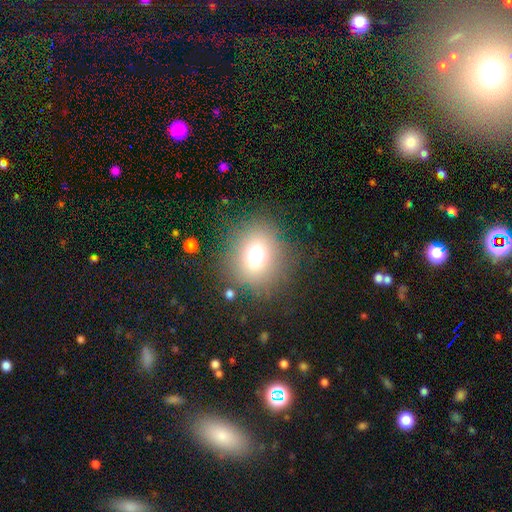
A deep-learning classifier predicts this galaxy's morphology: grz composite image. It shows a smooth galaxy with no disk features (67%) that is round (77%). Merging: none (79%).